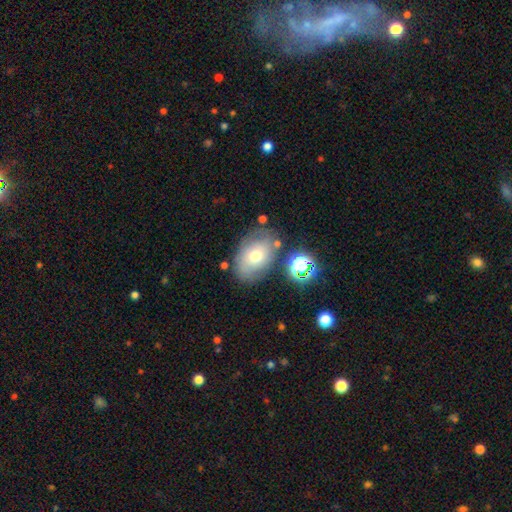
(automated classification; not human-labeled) Q: Smooth or featured?
A: smooth (62%); runner-up: featured or disk (26%)
Q: How rounded?
A: in between (79%); runner-up: round (20%)
Q: Merging?
A: none (69%); runner-up: minor disturbance (18%)